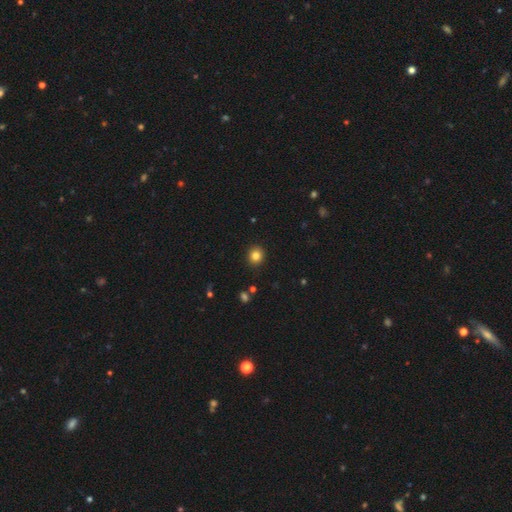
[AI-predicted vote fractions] Morphology: type=smooth (83%); roundness=round (87%); merging=none (91%).